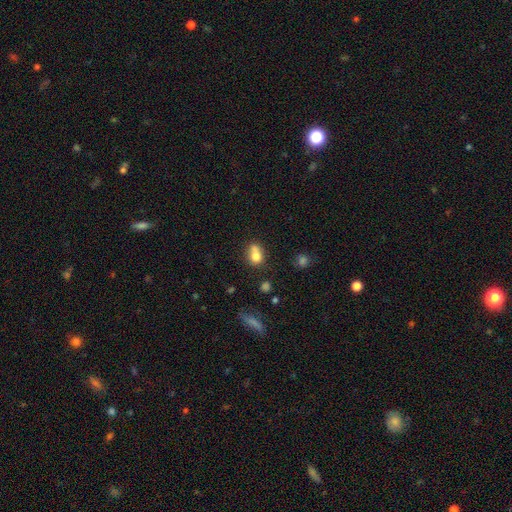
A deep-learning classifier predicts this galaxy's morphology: The model was most divided on "how rounded": round: 52%, in between: 46%, cigar-shaped: 2%. Remaining: smooth or featured — smooth (72%); merging — merger (48%).